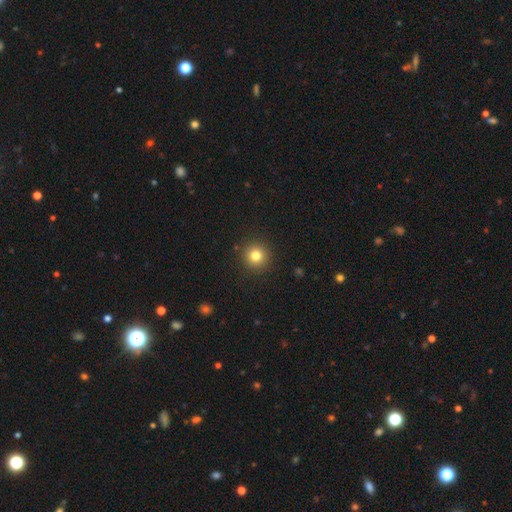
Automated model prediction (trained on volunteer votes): Morphology: type=smooth (81%); roundness=round (95%); merging=none (91%).